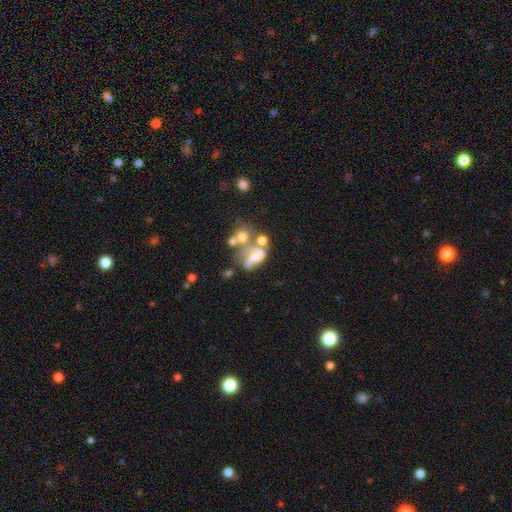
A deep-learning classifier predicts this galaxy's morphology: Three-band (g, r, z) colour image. It shows a featured or disk galaxy (54%) with no bar (65%), spiral arms (54%) and no central bulge (38%). Merging: merger (43%).